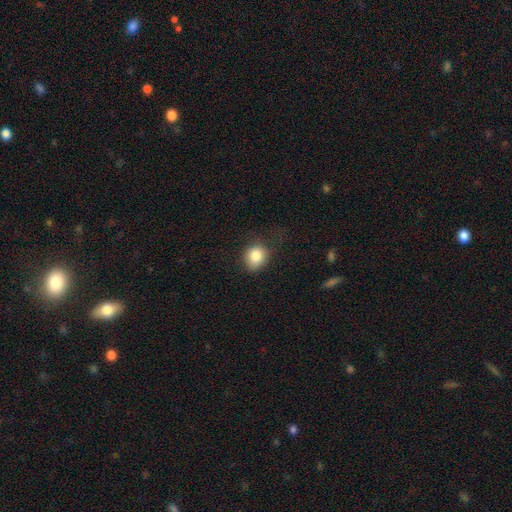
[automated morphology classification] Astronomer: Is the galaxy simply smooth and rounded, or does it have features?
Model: smooth — 83%.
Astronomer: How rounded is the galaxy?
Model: round — 66%.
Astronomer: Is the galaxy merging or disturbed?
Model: none — 66%.